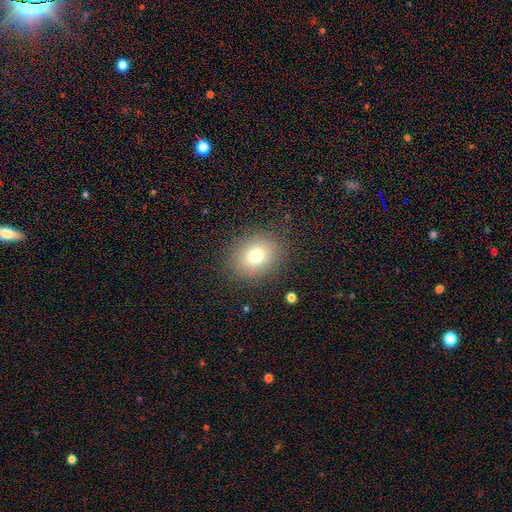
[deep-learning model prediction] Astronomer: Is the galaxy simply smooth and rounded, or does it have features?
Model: smooth — 74%.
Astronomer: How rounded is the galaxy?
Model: round — 55% (runner-up: in between, 44%).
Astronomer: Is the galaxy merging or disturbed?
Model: none — 85%.